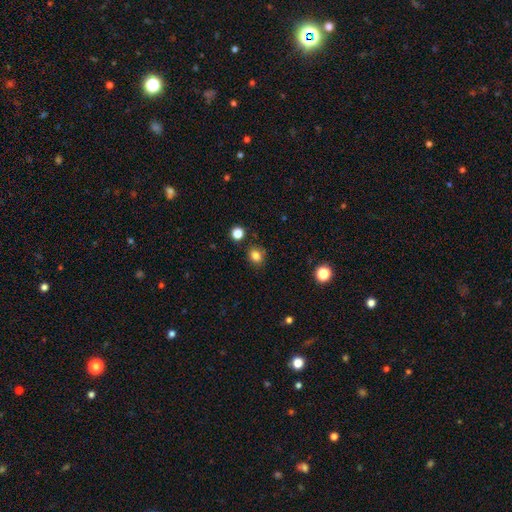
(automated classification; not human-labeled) smooth 82%, star or artifact 13%, featured or disk 5%. Down the decision tree: how rounded — round (72%); merging — none (84%).